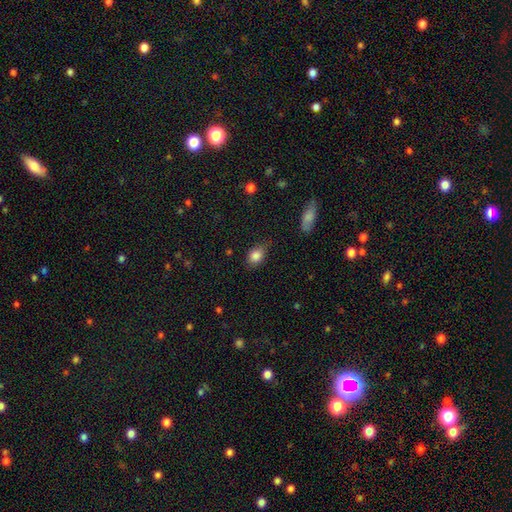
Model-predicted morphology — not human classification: smooth_or_featured: smooth (p=0.84) [alt: star or artifact p=0.09]
how_rounded: in between (p=0.64) [alt: round p=0.34]
merging: none (p=0.62) [alt: minor disturbance p=0.30]